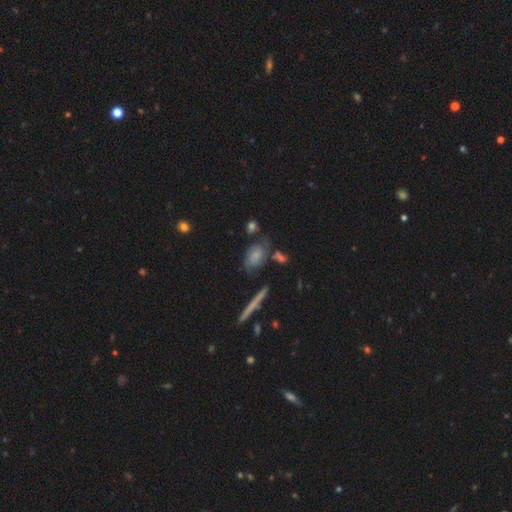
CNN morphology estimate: smooth_or_featured: featured or disk (p=0.56) [alt: smooth p=0.33]
disk_edge_on: no (p=0.92) [alt: yes p=0.08]
bar: no (p=0.72) [alt: weak p=0.22]
has_spiral_arms: yes (p=0.85) [alt: no p=0.15]
bulge_size: small (p=0.42) [alt: moderate p=0.26]
merging: none (p=0.58) [alt: minor disturbance p=0.21]